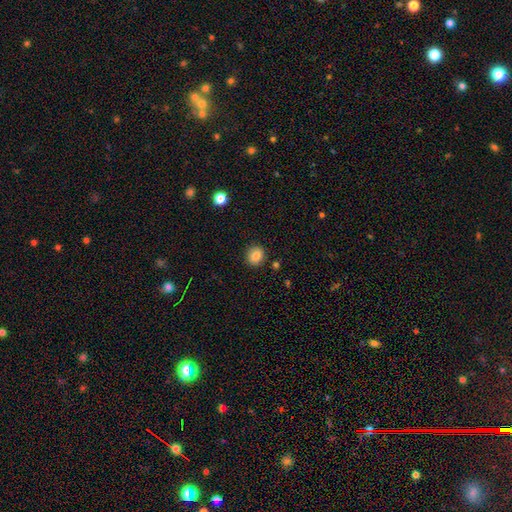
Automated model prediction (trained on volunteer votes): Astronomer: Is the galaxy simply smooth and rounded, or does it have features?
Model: smooth — 84%.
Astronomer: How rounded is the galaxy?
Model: round — 80%.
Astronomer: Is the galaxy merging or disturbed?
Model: none — 89%.